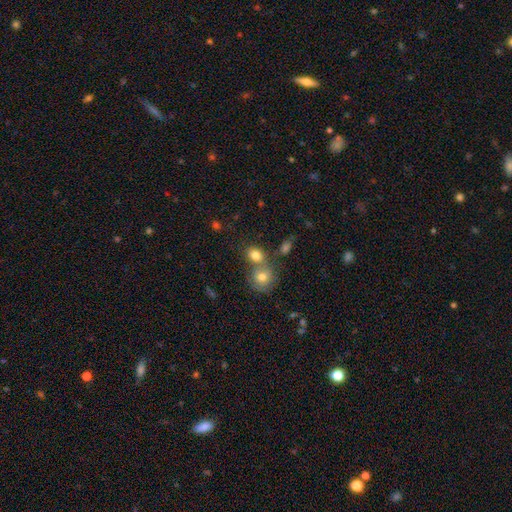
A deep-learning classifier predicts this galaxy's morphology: type=smooth (79%); roundness=round (52%); merging=none (46%).